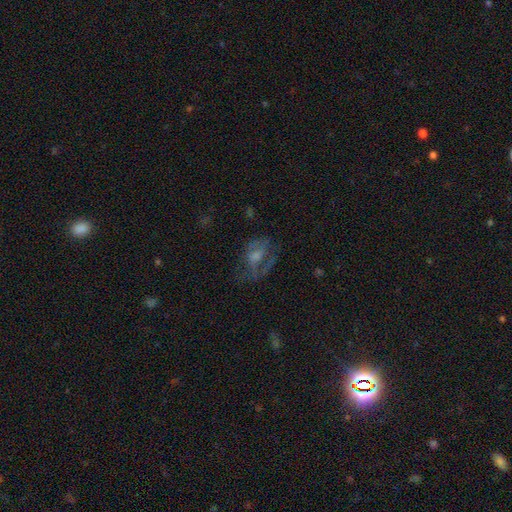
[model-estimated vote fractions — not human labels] This is possibly a featured or disk galaxy (53%). It is clearly not viewed edge-on (95%). Bar: likely no (61%). Spiral arm pattern: possibly no (55%). Central bulge: marginally moderate (37%). Merging: possibly none (45%).